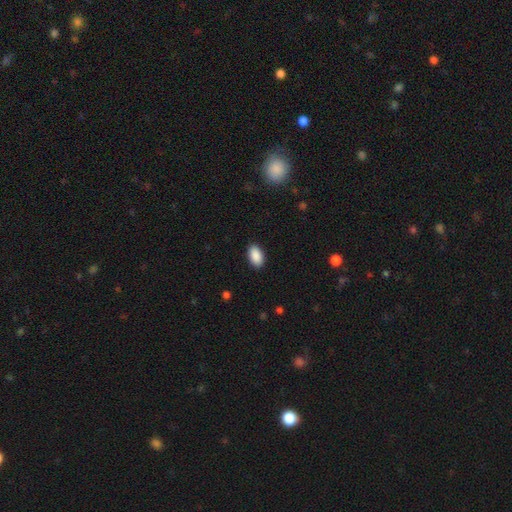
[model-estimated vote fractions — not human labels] Smooth or featured: smooth — 90% (star or artifact — 7%)
How rounded: in between — 94% (round — 5%)
Merging: none — 89% (minor disturbance — 8%)